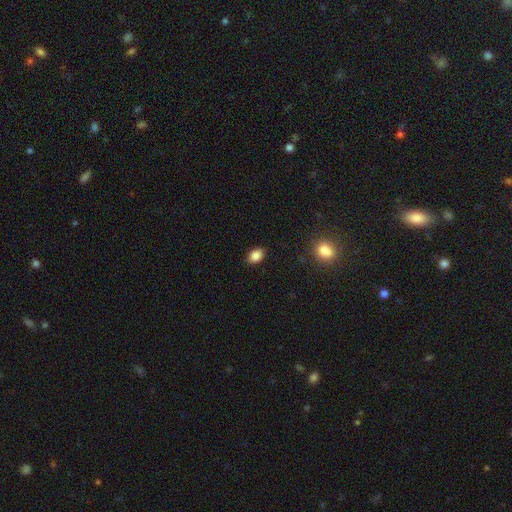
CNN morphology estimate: Smooth or featured: smooth — 87% (star or artifact — 9%)
How rounded: in between — 77% (round — 22%)
Merging: none — 88% (minor disturbance — 9%)